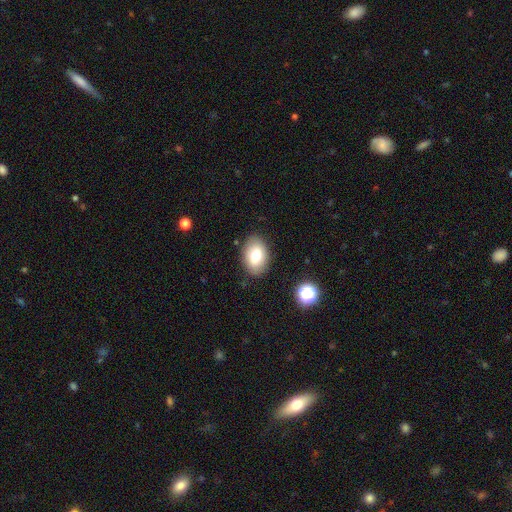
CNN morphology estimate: smooth-or-featured: smooth: 76% | featured or disk: 15% | star or artifact: 8%
  how-rounded: in between: 83% | round: 16% | cigar-shaped: 1%
  merging: none: 85% | minor disturbance: 11% | major disturbance: 3% | merger: 2%